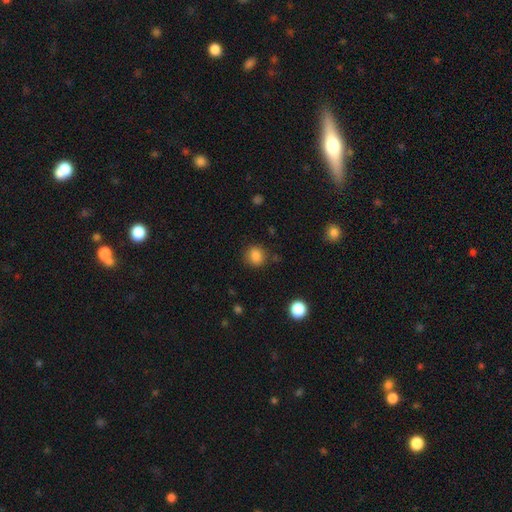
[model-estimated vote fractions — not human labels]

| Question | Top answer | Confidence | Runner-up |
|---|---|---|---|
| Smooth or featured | smooth | 84% | star or artifact (11%) |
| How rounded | round | 78% | in between (21%) |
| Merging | none | 84% | minor disturbance (10%) |